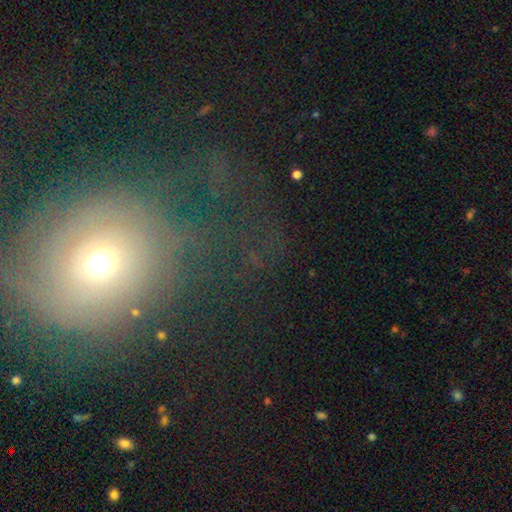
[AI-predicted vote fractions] Smooth or featured? Predicted: smooth (p=0.41). Merging? Predicted: none (p=0.47).